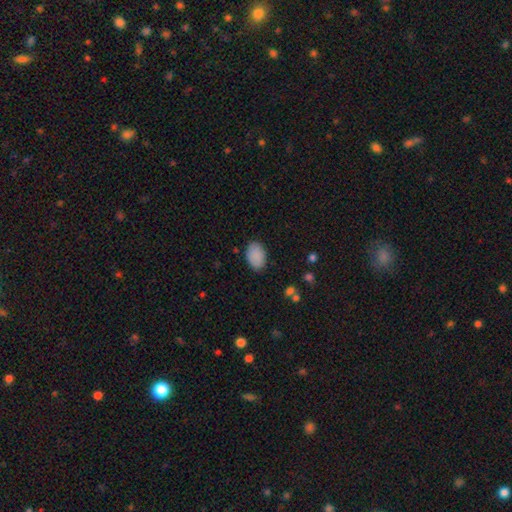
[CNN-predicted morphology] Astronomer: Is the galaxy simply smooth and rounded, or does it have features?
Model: smooth — 89%.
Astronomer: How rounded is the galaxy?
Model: in between — 88%.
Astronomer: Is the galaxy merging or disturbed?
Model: none — 85%.